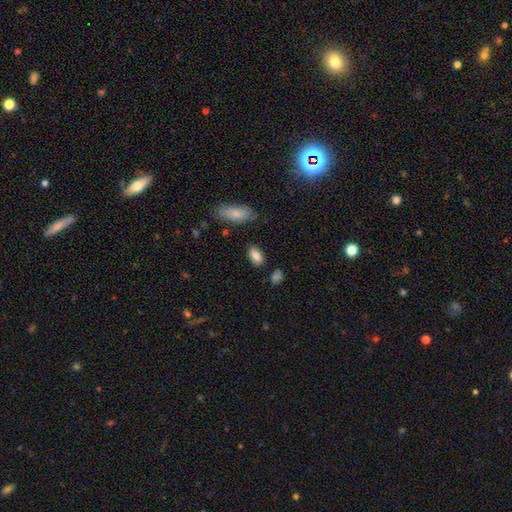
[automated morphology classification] A smooth galaxy with no disk features (84%) that is in between round and cigar-shaped (91%). Merging: none (83%).